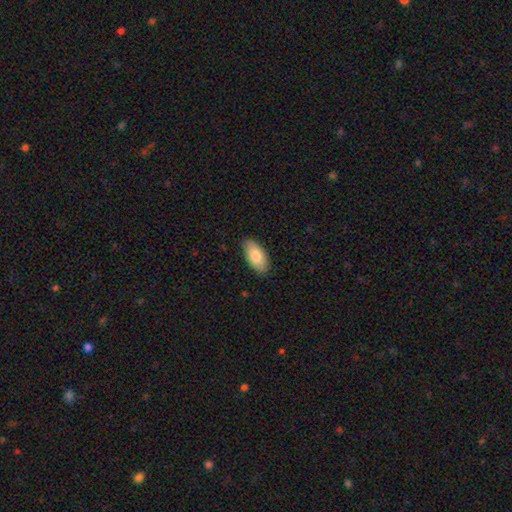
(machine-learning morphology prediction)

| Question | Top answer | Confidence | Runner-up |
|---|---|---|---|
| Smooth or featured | smooth | 82% | featured or disk (12%) |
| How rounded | in between | 93% | cigar-shaped (4%) |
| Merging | none | 85% | minor disturbance (12%) |